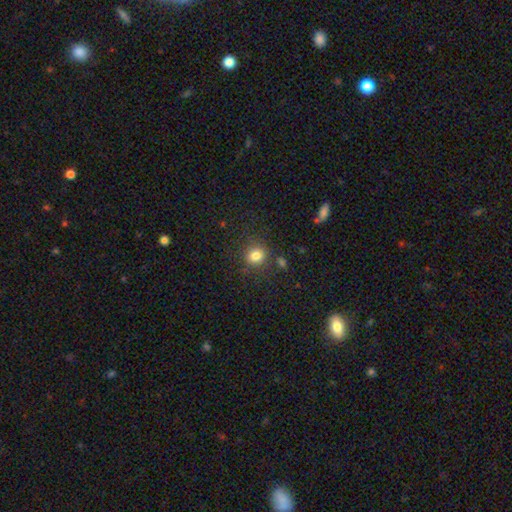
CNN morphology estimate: smooth_or_featured: smooth (p=0.82) [alt: star or artifact p=0.12]
how_rounded: round (p=0.82) [alt: in between p=0.17]
merging: none (p=0.81) [alt: minor disturbance p=0.10]